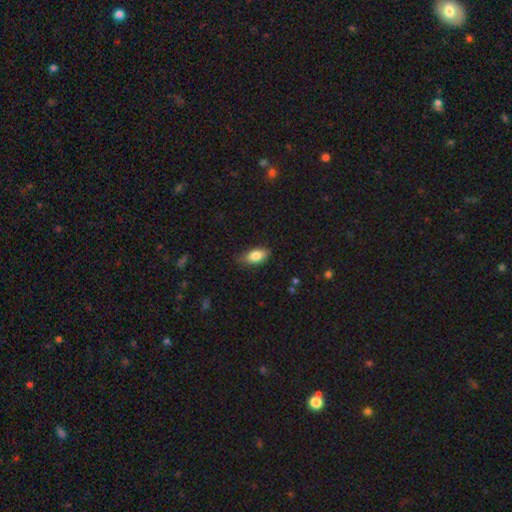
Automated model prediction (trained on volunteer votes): This is clearly a smooth galaxy (84%). How rounded: clearly in between (89%). Merging: likely none (75%).